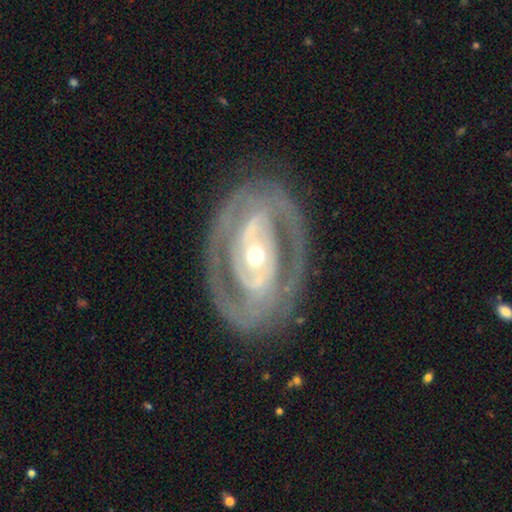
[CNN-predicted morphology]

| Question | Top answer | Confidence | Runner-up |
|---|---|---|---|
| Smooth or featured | featured or disk | 86% | smooth (10%) |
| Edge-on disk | no | 95% | yes (5%) |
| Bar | no | 42% | strong (30%) |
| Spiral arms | yes | 76% | no (24%) |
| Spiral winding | tight | 61% | medium (30%) |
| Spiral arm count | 2 | 65% | can't tell (18%) |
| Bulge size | moderate | 59% | small (33%) |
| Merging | none | 78% | minor disturbance (13%) |